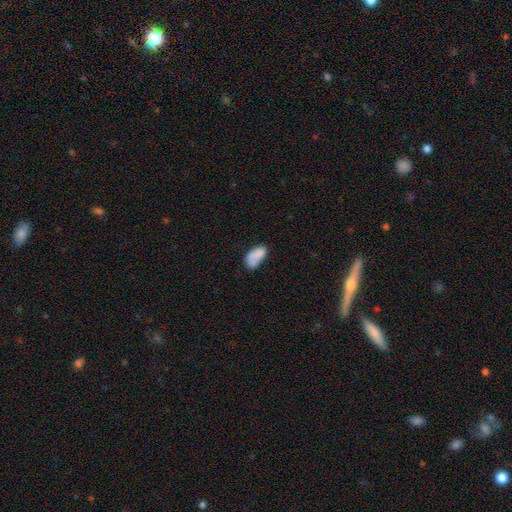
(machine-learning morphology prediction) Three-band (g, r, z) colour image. It shows a smooth galaxy with no disk features (74%) that is in between round and cigar-shaped (92%). Merging: none (45%).